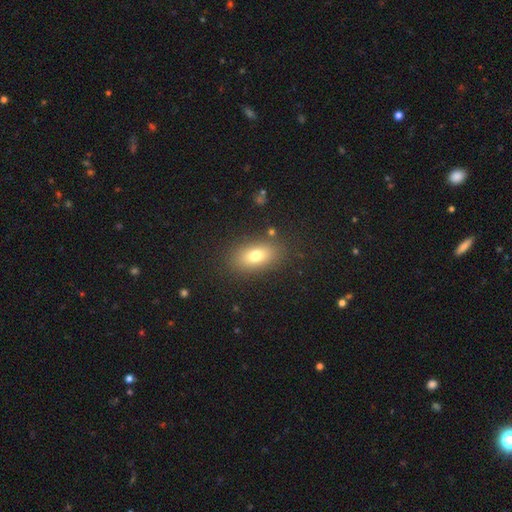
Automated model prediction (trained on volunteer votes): The model was most divided on "smooth or featured": smooth: 76%, featured or disk: 14%, star or artifact: 10%. More confident: how rounded — in between (85%); merging — none (84%).